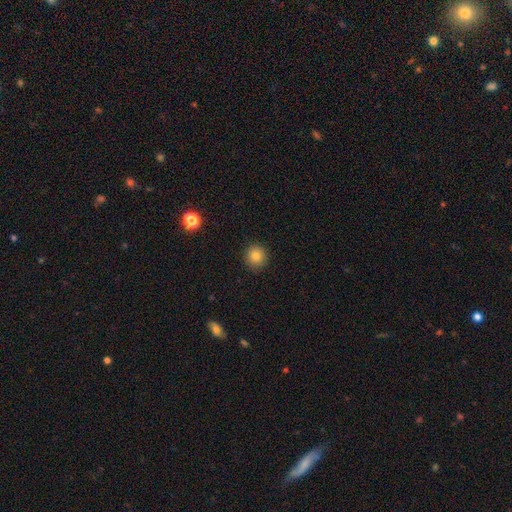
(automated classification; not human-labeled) Morphology: type=smooth (82%); roundness=round (91%); merging=none (91%).